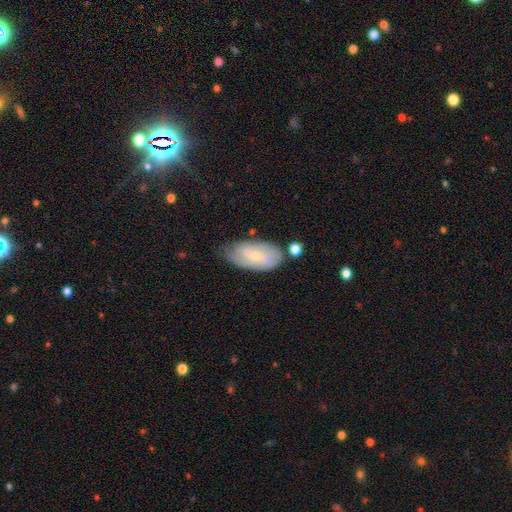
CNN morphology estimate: smooth_or_featured: smooth (p=0.59) [alt: featured or disk p=0.34]
how_rounded: in between (p=0.92) [alt: cigar-shaped p=0.05]
merging: none (p=0.59) [alt: minor disturbance p=0.28]